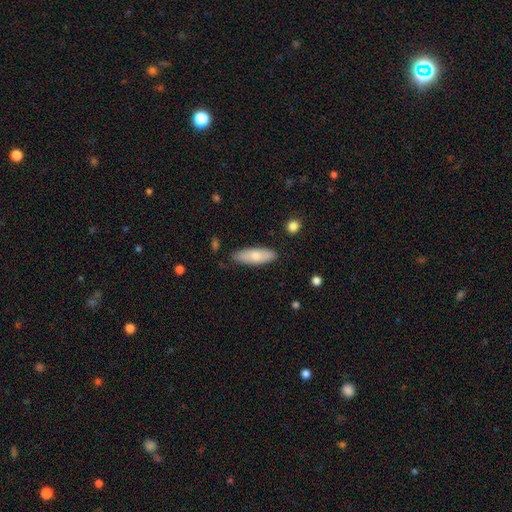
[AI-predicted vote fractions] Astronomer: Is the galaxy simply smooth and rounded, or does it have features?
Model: smooth — 73%.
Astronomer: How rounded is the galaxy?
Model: in between — 61% (runner-up: cigar-shaped, 37%).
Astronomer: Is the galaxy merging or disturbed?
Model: none — 83%.